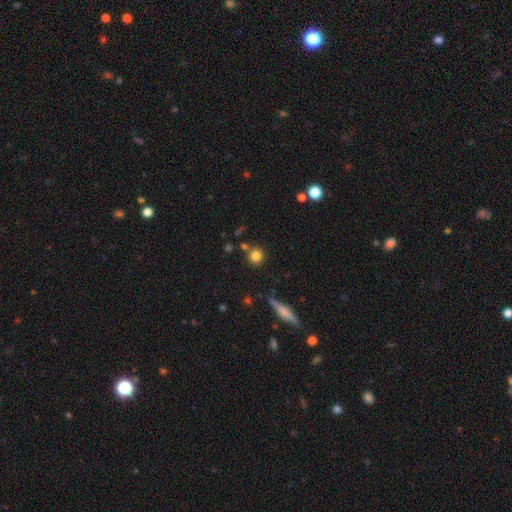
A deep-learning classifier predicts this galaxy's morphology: Smooth or featured? Predicted: smooth (p=0.81). How rounded? Predicted: round (p=0.90). Merging? Predicted: none (p=0.77).